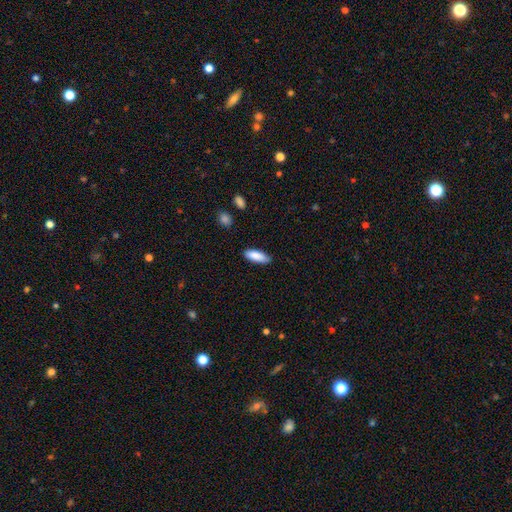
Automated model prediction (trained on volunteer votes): Q: Smooth or featured?
A: smooth (88%); runner-up: featured or disk (6%)
Q: How rounded?
A: in between (68%); runner-up: cigar-shaped (31%)
Q: Merging?
A: none (83%); runner-up: minor disturbance (14%)